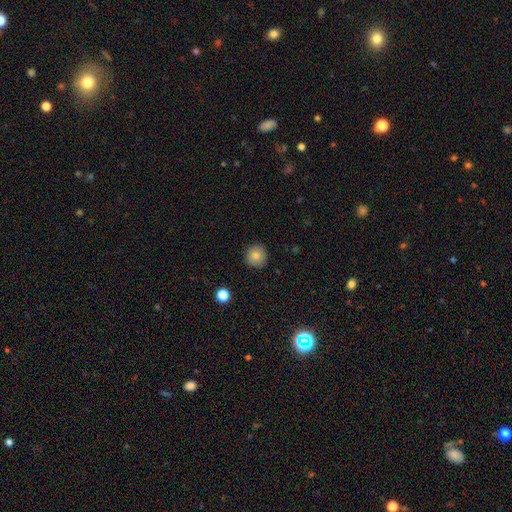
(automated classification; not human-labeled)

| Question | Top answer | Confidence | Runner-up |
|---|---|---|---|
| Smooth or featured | smooth | 83% | star or artifact (10%) |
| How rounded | round | 94% | in between (5%) |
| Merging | none | 91% | minor disturbance (6%) |